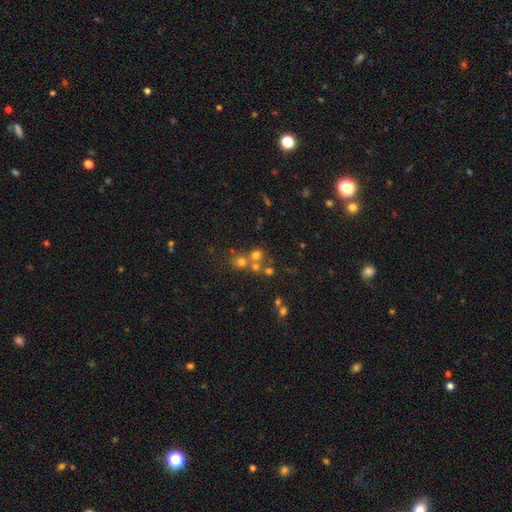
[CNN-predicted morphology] The model was most divided on "merging": none: 50%, merger: 40%, minor disturbance: 7%, major disturbance: 4%. More confident: how rounded — round (86%); smooth or featured — smooth (60%).